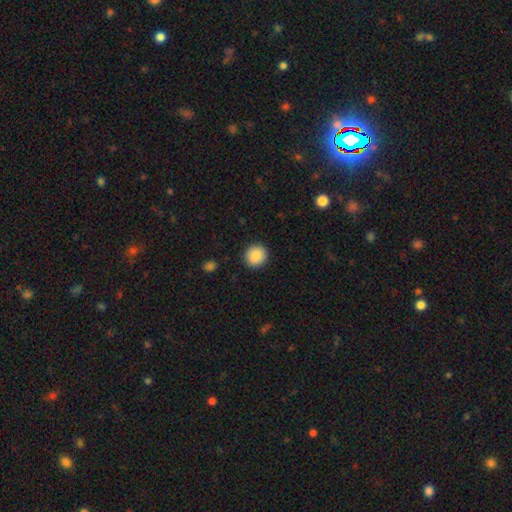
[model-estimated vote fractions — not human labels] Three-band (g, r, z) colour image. It shows a smooth galaxy with no disk features (89%) that is round (90%). Merging: none (91%).